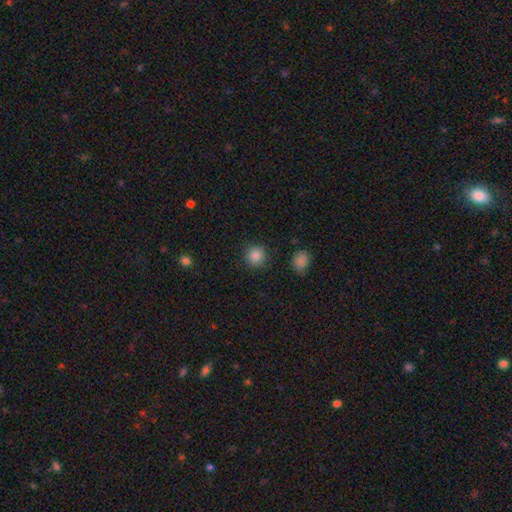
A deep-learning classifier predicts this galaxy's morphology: A smooth galaxy with no disk features (86%) that is round (93%).

Vote fractions:
- Smooth or featured? smooth: 86% / star or artifact: 11% / featured or disk: 4%
- How rounded? round: 93% / in between: 6% / cigar-shaped: 1%
- Merging? none: 89% / minor disturbance: 7% / major disturbance: 3% / merger: 2%